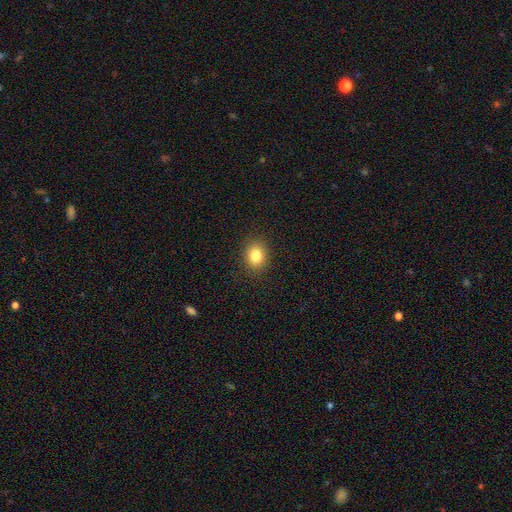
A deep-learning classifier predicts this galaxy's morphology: A smooth galaxy with no disk features (82%) that is round (58%).

Vote fractions:
- Smooth or featured? smooth: 82% / star or artifact: 11% / featured or disk: 7%
- How rounded? round: 58% / in between: 41% / cigar-shaped: 1%
- Merging? none: 90% / minor disturbance: 7% / major disturbance: 2% / merger: 1%